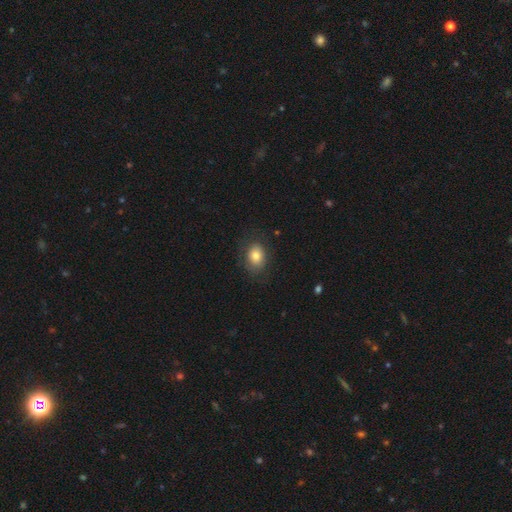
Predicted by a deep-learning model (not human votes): smooth_or_featured: smooth (p=0.80) [alt: featured or disk p=0.12]
how_rounded: in between (p=0.66) [alt: round p=0.33]
merging: none (p=0.77) [alt: minor disturbance p=0.16]